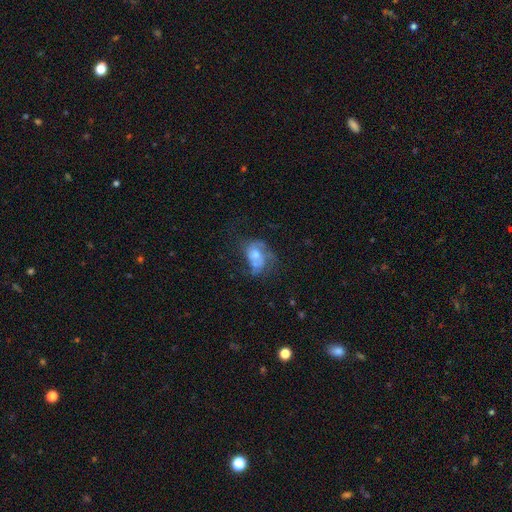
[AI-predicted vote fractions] Q: Smooth or featured?
A: featured or disk (57%); runner-up: smooth (33%)
Q: Edge-on disk?
A: no (97%); runner-up: yes (3%)
Q: Bar?
A: no (78%); runner-up: weak (18%)
Q: Spiral arms?
A: yes (61%); runner-up: no (39%)
Q: Bulge size?
A: moderate (55%); runner-up: small (26%)
Q: Merging?
A: major disturbance (37%); runner-up: none (31%)